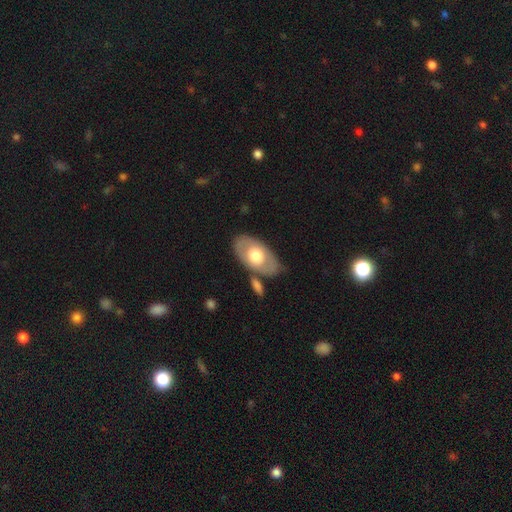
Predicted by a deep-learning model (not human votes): A smooth galaxy with no disk features (52%) that is in between round and cigar-shaped (91%). Merging: none (72%).